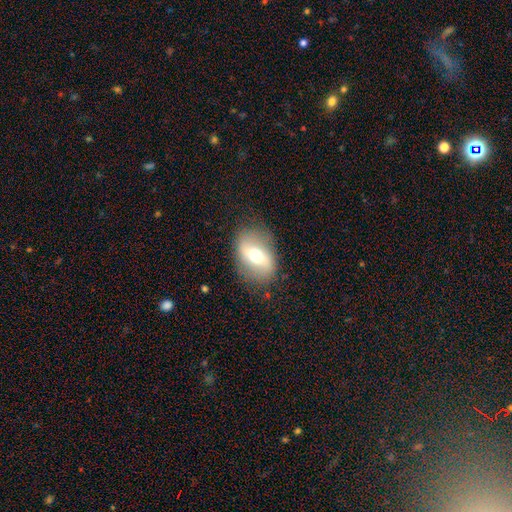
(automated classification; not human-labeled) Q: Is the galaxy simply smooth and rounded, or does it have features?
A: featured or disk — 50%.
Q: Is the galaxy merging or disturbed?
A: none — 80%.